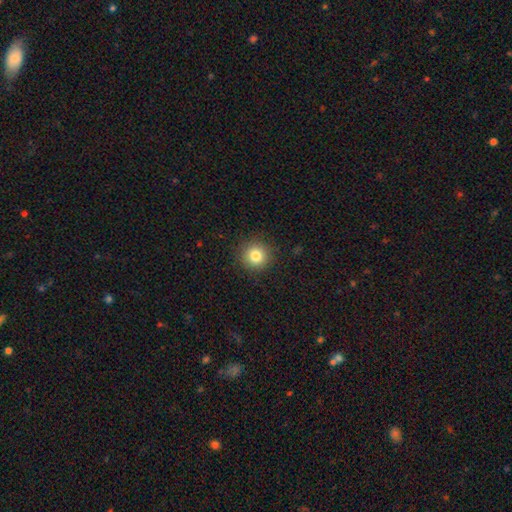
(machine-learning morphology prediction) Smooth or featured: smooth — 82% (star or artifact — 11%)
How rounded: round — 93% (in between — 6%)
Merging: none — 91% (minor disturbance — 6%)